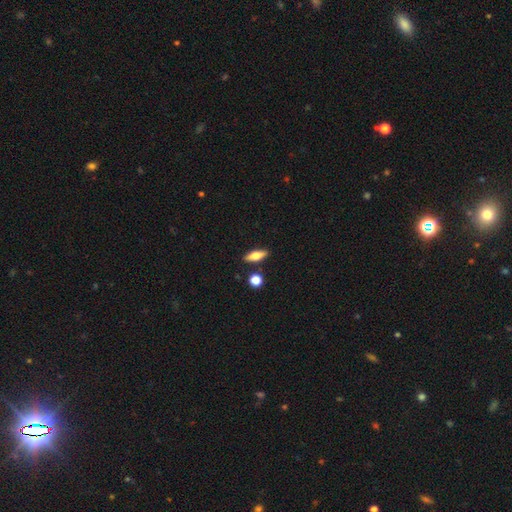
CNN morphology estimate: A smooth galaxy with no disk features (63%) that is in between round and cigar-shaped (58%).

Vote fractions:
- Smooth or featured? smooth: 63% / featured or disk: 30% / star or artifact: 8%
- How rounded? in between: 58% / cigar-shaped: 38% / round: 5%
- Merging? none: 85% / minor disturbance: 9% / merger: 4% / major disturbance: 2%